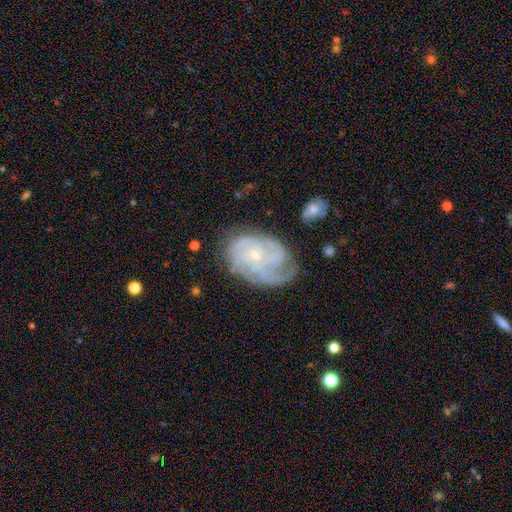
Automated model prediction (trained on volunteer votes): This appears to be a featured or disk galaxy (82%) with no bar (75%), tight (64%) spiral arms (95%) and a small central bulge (77%). Merging: none (63%).